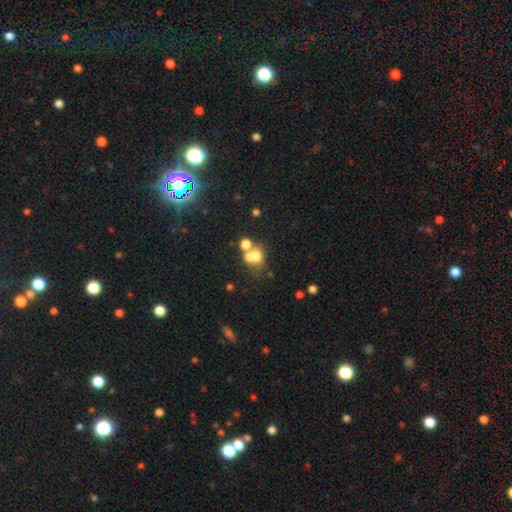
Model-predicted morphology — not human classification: Smooth or featured?
  - smooth: 62% *
  - featured or disk: 22%
  - star or artifact: 16%
How rounded?
  - round: 53% *
  - in between: 46%
  - cigar-shaped: 1%
Merging?
  - merger: 59% *
  - none: 25%
  - minor disturbance: 9%
  - major disturbance: 7%